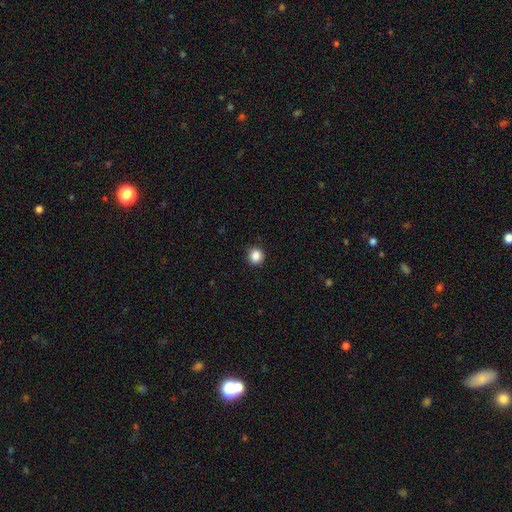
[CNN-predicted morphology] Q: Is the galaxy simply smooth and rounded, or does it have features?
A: smooth — 86%.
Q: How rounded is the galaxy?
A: round — 89%.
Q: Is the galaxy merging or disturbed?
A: none — 90%.